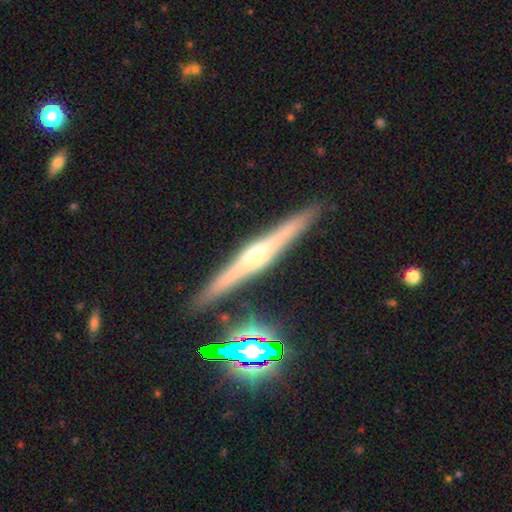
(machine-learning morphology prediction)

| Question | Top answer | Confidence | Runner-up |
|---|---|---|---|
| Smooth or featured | featured or disk | 75% | smooth (15%) |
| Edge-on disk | yes | 98% | no (2%) |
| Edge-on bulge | rounded | 81% | none (10%) |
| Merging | none | 90% | minor disturbance (7%) |